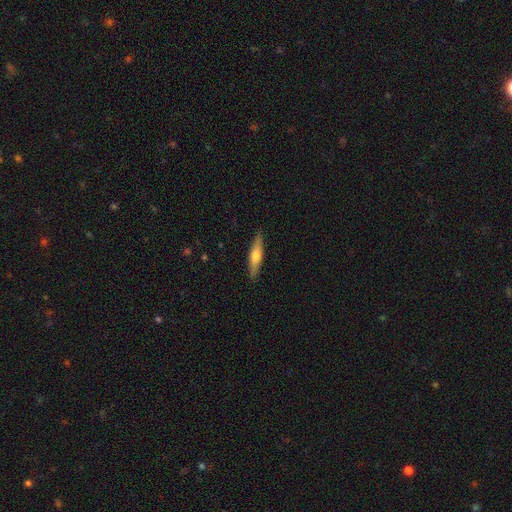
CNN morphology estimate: This appears to be a smooth galaxy with no disk features (50%). Merging: none (90%).